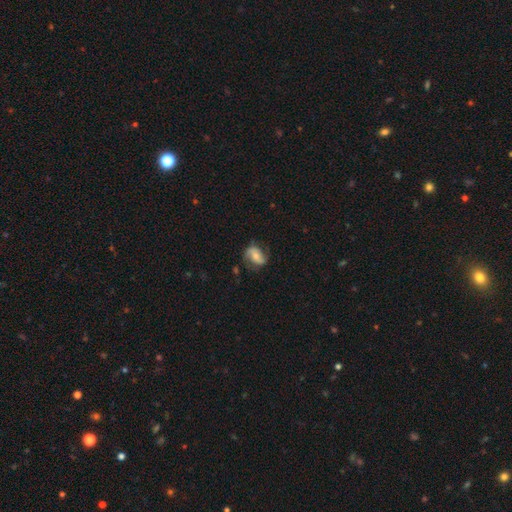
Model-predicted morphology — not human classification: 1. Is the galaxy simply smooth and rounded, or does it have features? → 59% featured or disk, 34% smooth, 8% star or artifact.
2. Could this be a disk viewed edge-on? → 96% no, 4% yes.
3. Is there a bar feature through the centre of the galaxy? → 48% no, 31% weak, 22% strong.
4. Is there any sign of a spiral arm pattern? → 85% yes, 15% no.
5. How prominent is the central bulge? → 51% moderate, 41% small, 4% large, 3% none, 1% dominant.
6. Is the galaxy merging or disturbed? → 65% none, 23% minor disturbance, 10% major disturbance, 2% merger.